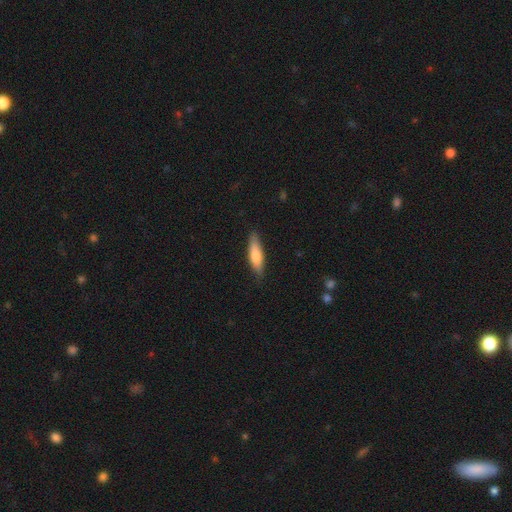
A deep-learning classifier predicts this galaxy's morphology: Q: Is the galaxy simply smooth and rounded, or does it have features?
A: smooth — 72%.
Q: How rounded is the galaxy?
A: cigar-shaped — 67%.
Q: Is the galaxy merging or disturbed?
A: none — 83%.